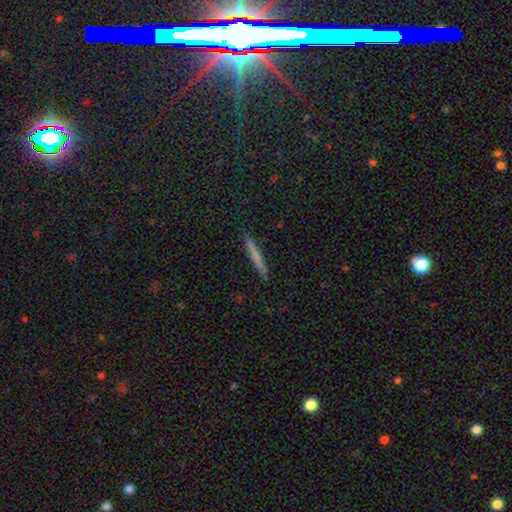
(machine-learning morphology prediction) smooth-or-featured: smooth: 70% | featured or disk: 24% | star or artifact: 6%
  how-rounded: cigar-shaped: 96% | in between: 2% | round: 1%
  merging: none: 91% | minor disturbance: 6% | major disturbance: 1% | merger: 1%